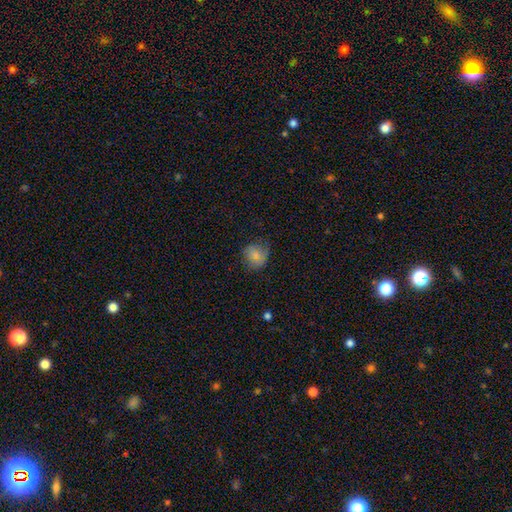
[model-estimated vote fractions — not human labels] Smooth or featured: smooth — 72% (featured or disk — 17%)
How rounded: round — 76% (in between — 23%)
Merging: none — 62% (minor disturbance — 26%)